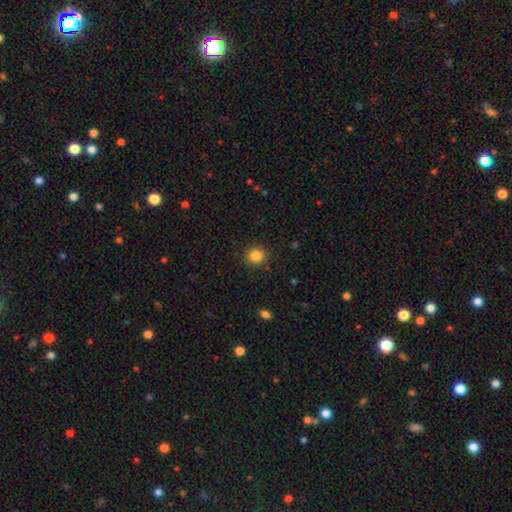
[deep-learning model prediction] Smooth or featured: smooth — 85% (star or artifact — 11%)
How rounded: round — 88% (in between — 11%)
Merging: none — 90% (minor disturbance — 7%)